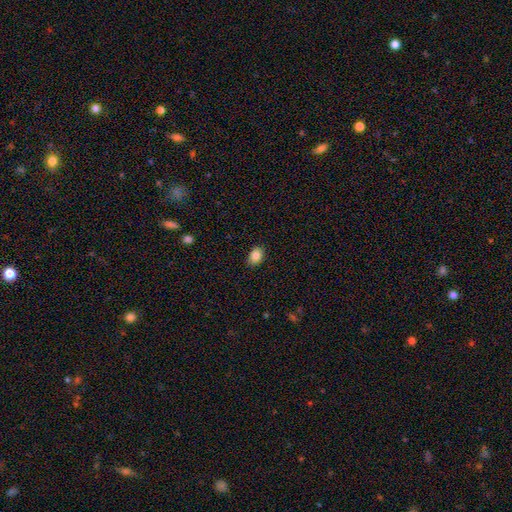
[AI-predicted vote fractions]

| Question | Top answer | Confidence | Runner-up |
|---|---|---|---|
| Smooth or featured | smooth | 85% | star or artifact (9%) |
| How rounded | in between | 73% | round (25%) |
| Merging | none | 85% | minor disturbance (12%) |